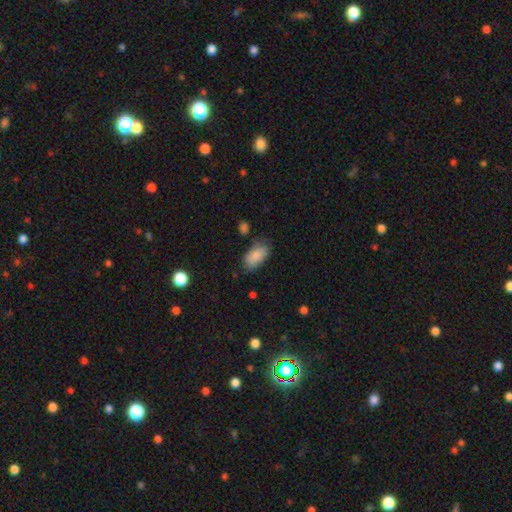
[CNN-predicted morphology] Smooth or featured? smooth (85%)
How rounded? in between (94%)
Merging? none (70%)